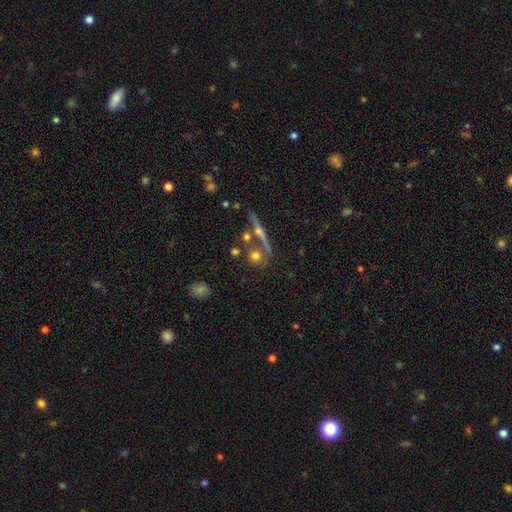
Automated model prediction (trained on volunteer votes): Smooth or featured: smooth — 57% (featured or disk — 29%)
How rounded: round — 84% (in between — 9%)
Merging: none — 64% (merger — 21%)